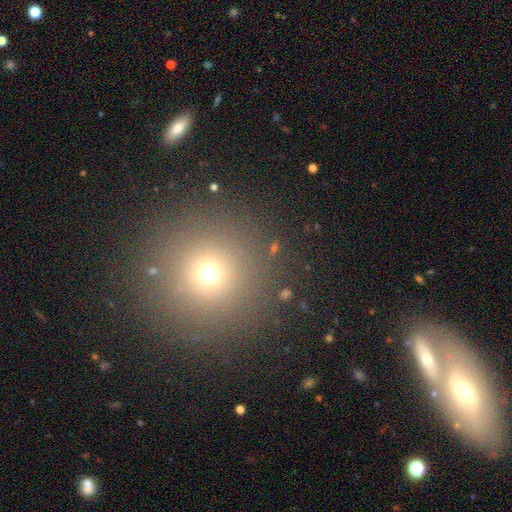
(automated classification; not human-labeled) Overall: smooth (62%; star or artifact 26%). How rounded: round (94%). Merging: none (86%).